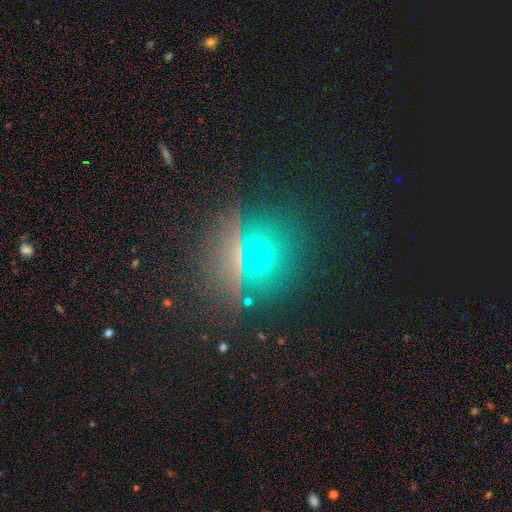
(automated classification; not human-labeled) smooth 49%, star or artifact 36%, featured or disk 15%. Down the decision tree: merging — none (84%).